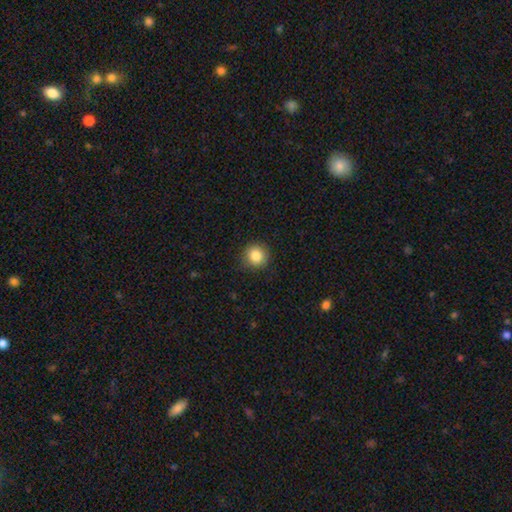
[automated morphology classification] A smooth galaxy with no disk features (85%) that is round (91%).

Vote fractions:
- Smooth or featured? smooth: 85% / star or artifact: 10% / featured or disk: 5%
- How rounded? round: 91% / in between: 8% / cigar-shaped: 1%
- Merging? none: 88% / minor disturbance: 9% / major disturbance: 2% / merger: 1%